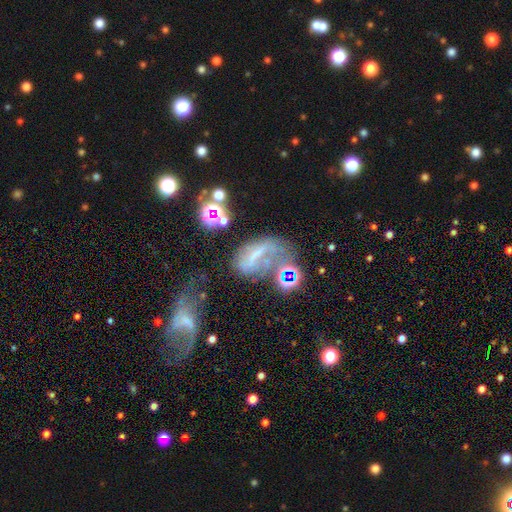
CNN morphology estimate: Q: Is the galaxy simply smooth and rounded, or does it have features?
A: featured or disk — 50%.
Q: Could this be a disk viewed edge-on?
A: no — 95%.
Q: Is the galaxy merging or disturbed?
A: major disturbance — 39%.